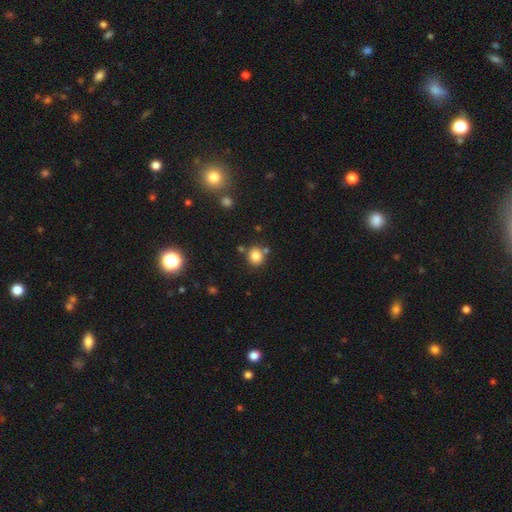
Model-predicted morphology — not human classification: Smooth or featured?
  - smooth: 81% *
  - star or artifact: 12%
  - featured or disk: 7%
How rounded?
  - round: 83% *
  - in between: 16%
  - cigar-shaped: 1%
Merging?
  - none: 74% *
  - merger: 12%
  - minor disturbance: 11%
  - major disturbance: 3%